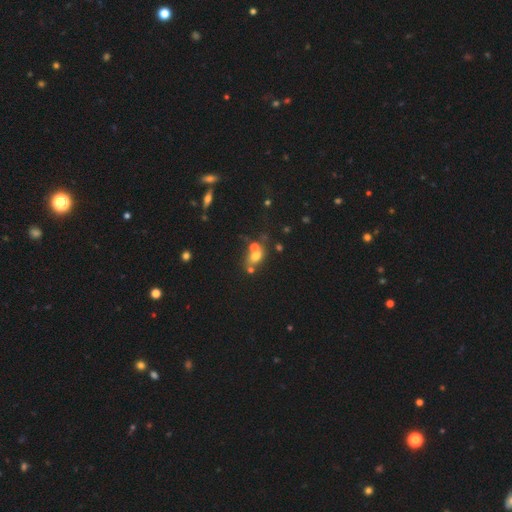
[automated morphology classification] smooth_or_featured: smooth (p=0.60) [alt: featured or disk p=0.20]
how_rounded: in between (p=0.50) [alt: round p=0.47]
merging: merger (p=0.45) [alt: none p=0.39]